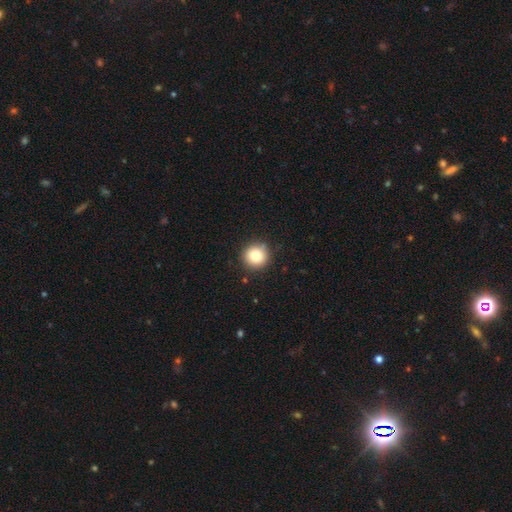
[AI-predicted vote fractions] smooth 82%, star or artifact 10%, featured or disk 8%. Down the decision tree: how rounded — round (94%); merging — none (88%).